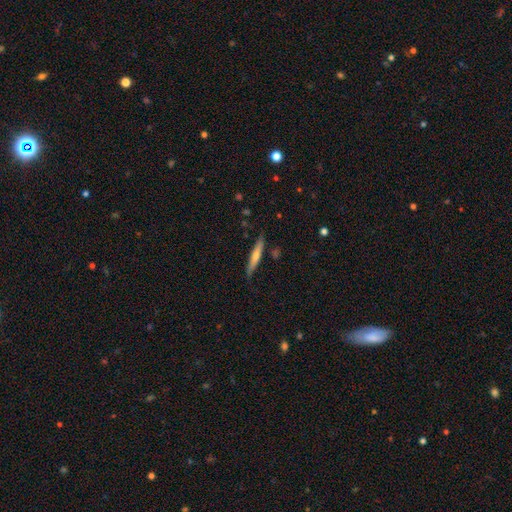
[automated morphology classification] The model was most divided on "smooth or featured": smooth: 51%, featured or disk: 43%, star or artifact: 6%. More confident: how rounded — cigar-shaped (93%); merging — none (85%).